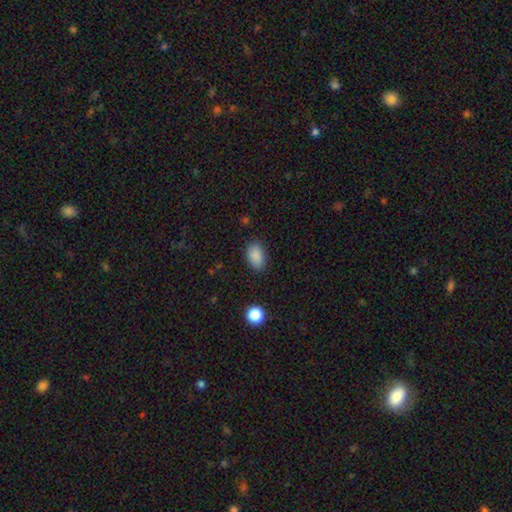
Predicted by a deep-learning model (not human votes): smooth-or-featured: smooth: 88% | star or artifact: 8% | featured or disk: 4%
  how-rounded: in between: 90% | round: 9% | cigar-shaped: 2%
  merging: none: 84% | minor disturbance: 12% | major disturbance: 3% | merger: 1%